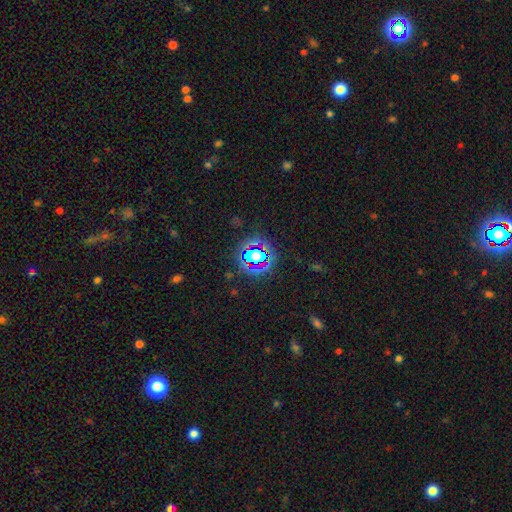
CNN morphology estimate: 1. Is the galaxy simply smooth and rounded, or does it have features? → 57% star or artifact, 31% smooth, 12% featured or disk.